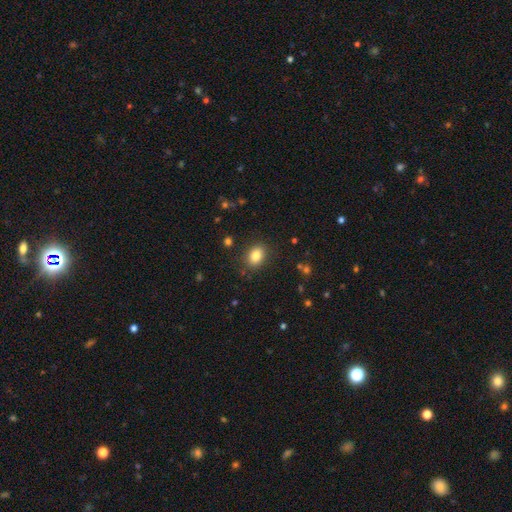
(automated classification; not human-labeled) Smooth or featured? Predicted: smooth (p=0.84). How rounded? Predicted: in between (p=0.68). Merging? Predicted: none (p=0.86).